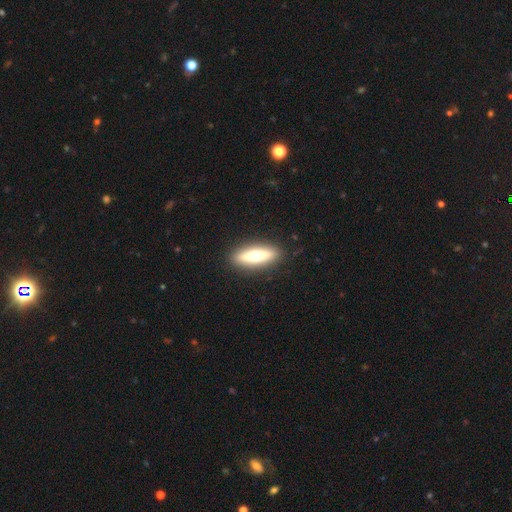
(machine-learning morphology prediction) This appears to be a smooth galaxy with no disk features (51%) that is cigar-shaped (61%). Merging: none (90%).